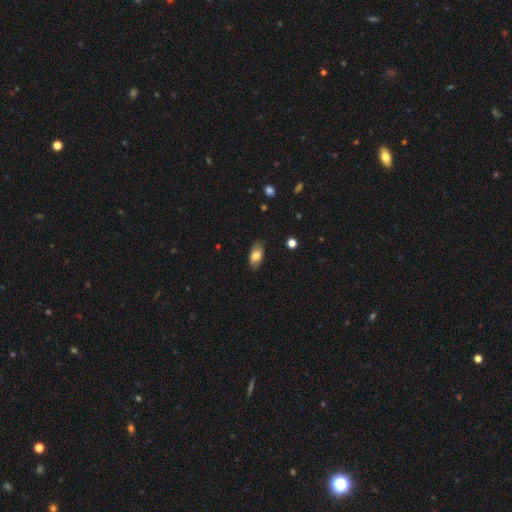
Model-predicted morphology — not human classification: This appears to be a smooth galaxy with no disk features (79%) that is in between round and cigar-shaped (91%). Merging: none (83%).